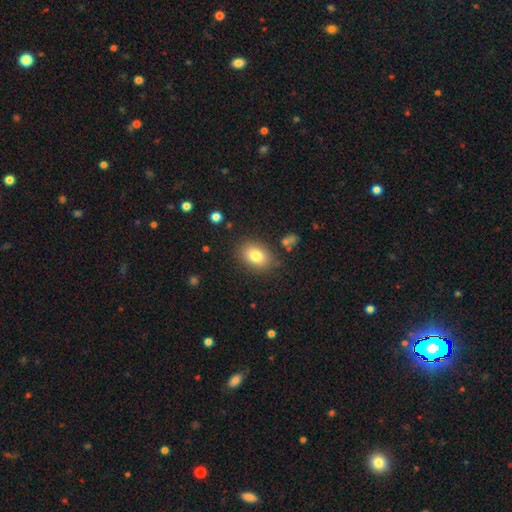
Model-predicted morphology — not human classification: type=smooth (81%); roundness=in between (72%); merging=none (84%).